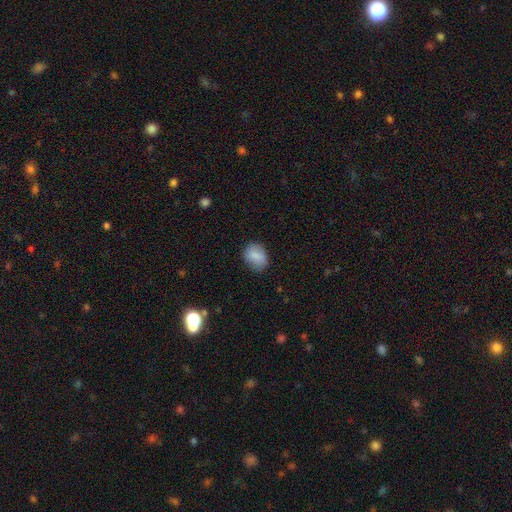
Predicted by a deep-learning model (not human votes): Smooth or featured? Predicted: smooth (p=0.83). How rounded? Predicted: in between (p=0.64). Merging? Predicted: none (p=0.78).